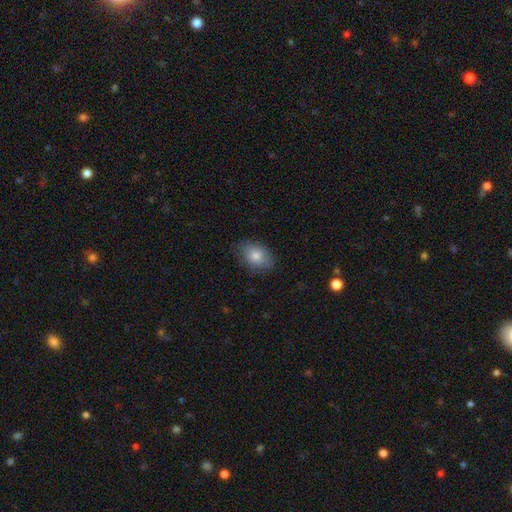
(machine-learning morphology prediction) The model was most divided on "how rounded": in between: 80%, round: 19%, cigar-shaped: 1%. More confident: smooth or featured — smooth (81%); merging — none (79%).